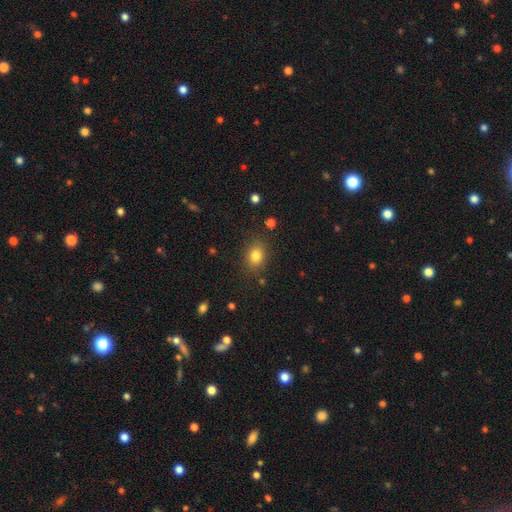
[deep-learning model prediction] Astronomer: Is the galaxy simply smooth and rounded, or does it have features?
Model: smooth — 81%.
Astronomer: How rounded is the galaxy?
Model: in between — 53% (runner-up: round, 46%).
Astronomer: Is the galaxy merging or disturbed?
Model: none — 84%.